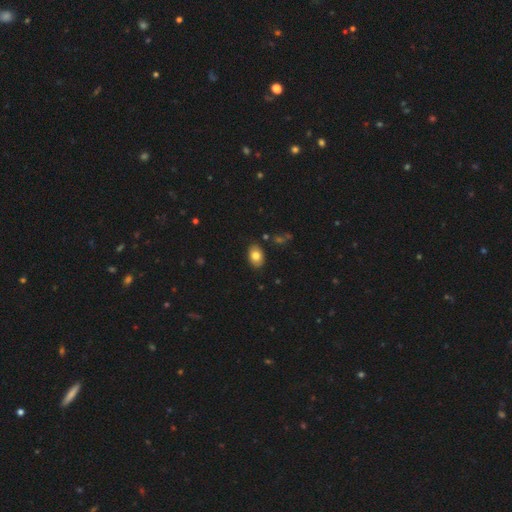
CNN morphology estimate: smooth_or_featured: smooth (p=0.80) [alt: featured or disk p=0.12]
how_rounded: in between (p=0.85) [alt: round p=0.14]
merging: none (p=0.86) [alt: minor disturbance p=0.10]